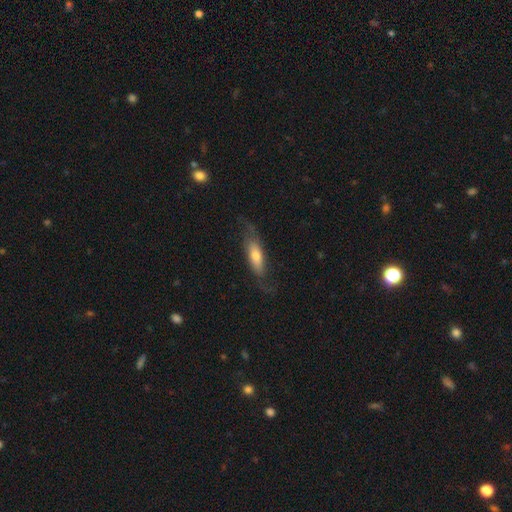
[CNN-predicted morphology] Smooth or featured?
  - smooth: 53% *
  - featured or disk: 41%
  - star or artifact: 6%
How rounded?
  - in between: 51% *
  - cigar-shaped: 46%
  - round: 3%
Merging?
  - none: 60% *
  - minor disturbance: 23%
  - major disturbance: 16%
  - merger: 2%